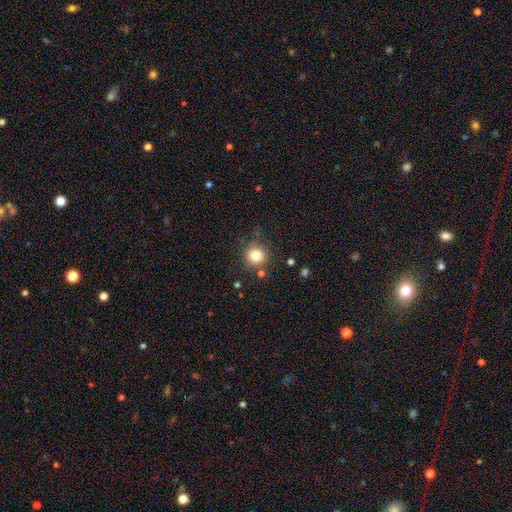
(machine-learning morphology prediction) smooth_or_featured: smooth (p=0.80) [alt: star or artifact p=0.12]
how_rounded: round (p=0.91) [alt: in between p=0.08]
merging: none (p=0.79) [alt: minor disturbance p=0.12]